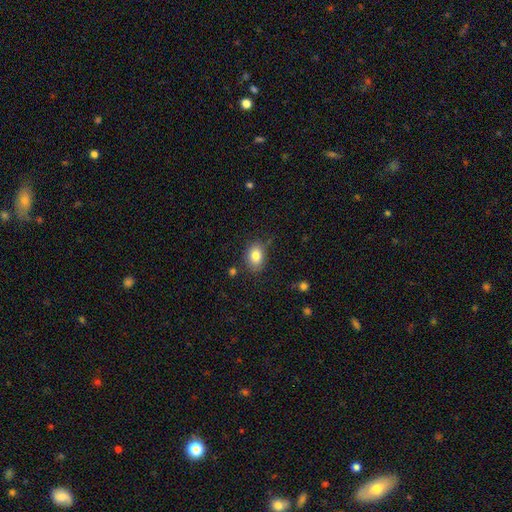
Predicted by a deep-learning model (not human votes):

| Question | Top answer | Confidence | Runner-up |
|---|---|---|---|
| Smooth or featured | smooth | 83% | featured or disk (9%) |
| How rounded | in between | 74% | round (25%) |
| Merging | none | 77% | minor disturbance (16%) |